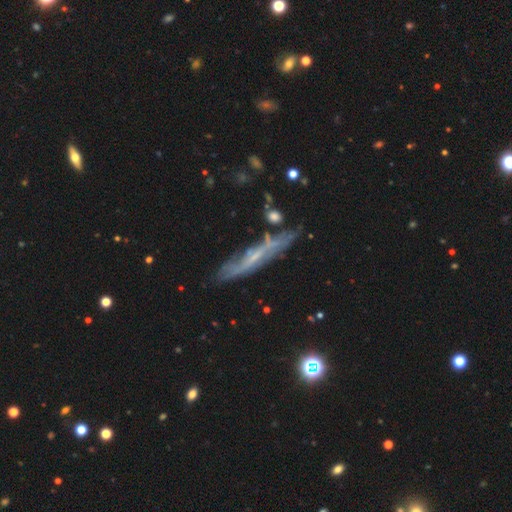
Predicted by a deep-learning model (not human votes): Overall: featured or disk (65%; smooth 26%). Edge-on disk: yes (69%; no 31%). Merging: none (70%).